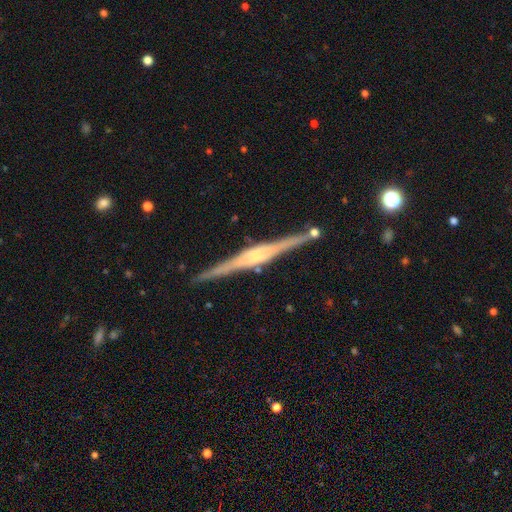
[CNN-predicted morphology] Smooth or featured? featured or disk (87%)
Edge-on disk? yes (98%)
Edge-on bulge? rounded (58%)
Merging? none (90%)